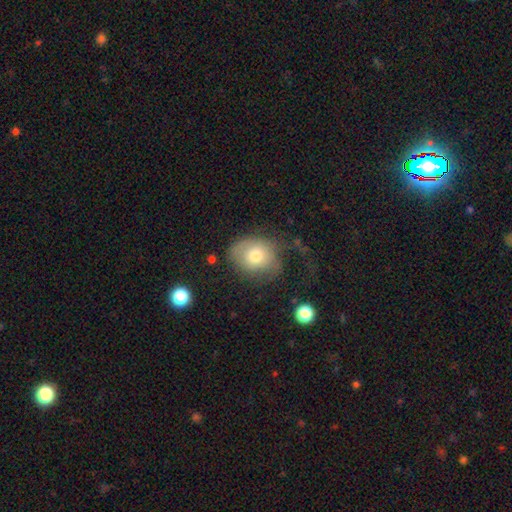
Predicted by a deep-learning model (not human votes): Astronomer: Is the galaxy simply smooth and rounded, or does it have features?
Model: smooth — 70%.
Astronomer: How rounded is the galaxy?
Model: round — 52% (runner-up: in between, 47%).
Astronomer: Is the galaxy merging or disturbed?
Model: none — 47% (runner-up: minor disturbance, 28%).